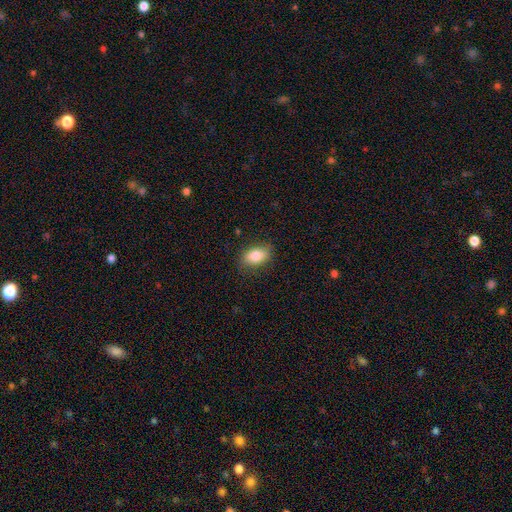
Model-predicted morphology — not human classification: Smooth or featured: smooth — 80% (featured or disk — 12%)
How rounded: in between — 87% (round — 10%)
Merging: none — 82% (minor disturbance — 14%)